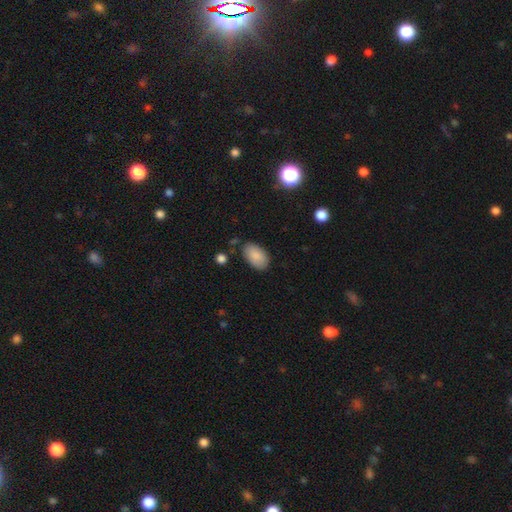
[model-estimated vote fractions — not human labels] Smooth or featured: smooth — 87% (star or artifact — 7%)
How rounded: in between — 94% (round — 4%)
Merging: none — 81% (minor disturbance — 14%)